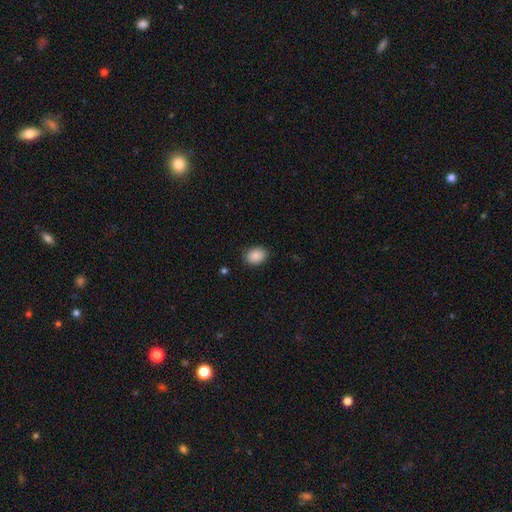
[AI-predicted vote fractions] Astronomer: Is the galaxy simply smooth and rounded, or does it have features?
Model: smooth — 88%.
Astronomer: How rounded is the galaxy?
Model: in between — 67%.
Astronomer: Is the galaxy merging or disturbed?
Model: none — 85%.